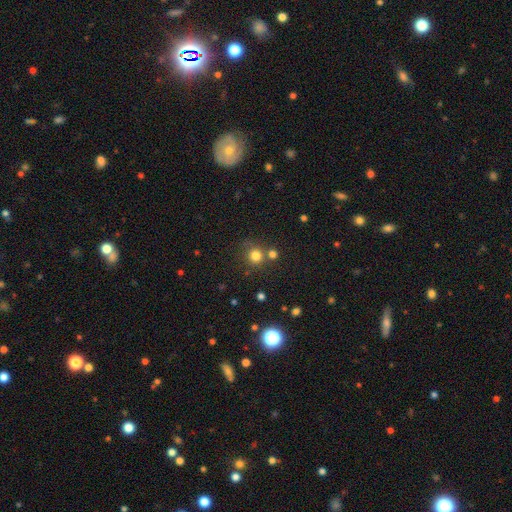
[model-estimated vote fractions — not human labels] This is likely a smooth galaxy (78%). How rounded: clearly round (91%). Merging: likely none (67%).